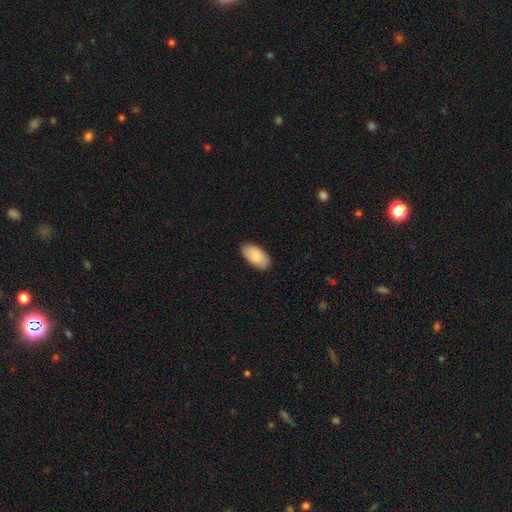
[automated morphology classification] smooth-or-featured: smooth: 87% | featured or disk: 8% | star or artifact: 5%
  how-rounded: in between: 96% | cigar-shaped: 2% | round: 2%
  merging: none: 87% | minor disturbance: 10% | major disturbance: 2% | merger: 1%